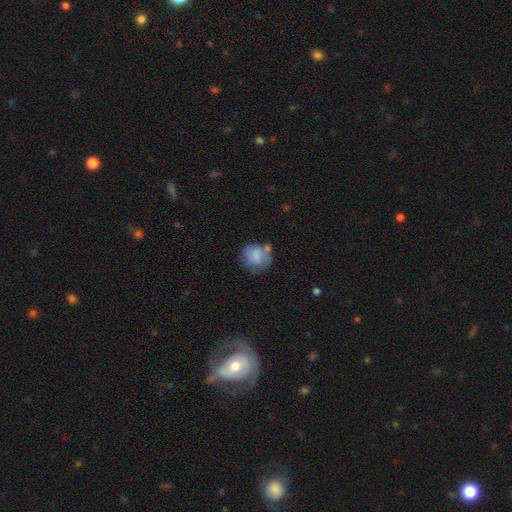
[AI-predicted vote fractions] This is likely a smooth galaxy (74%). How rounded: likely round (75%). Merging: possibly none (53%).